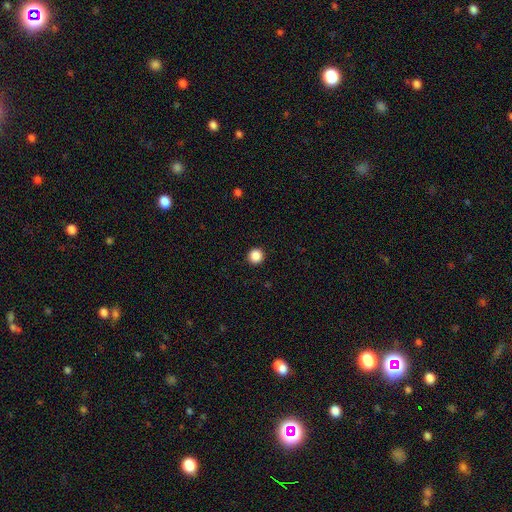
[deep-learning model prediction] Smooth or featured? Predicted: smooth (p=0.87). How rounded? Predicted: round (p=0.96). Merging? Predicted: none (p=0.94).